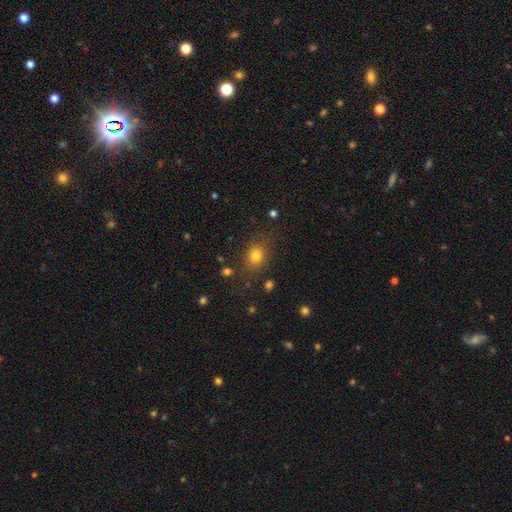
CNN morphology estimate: smooth_or_featured: smooth (p=0.78) [alt: star or artifact p=0.14]
how_rounded: round (p=0.58) [alt: in between p=0.41]
merging: none (p=0.81) [alt: minor disturbance p=0.12]